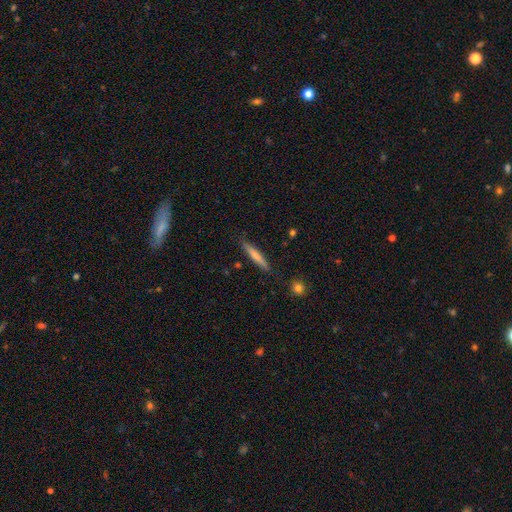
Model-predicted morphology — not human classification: Smooth or featured: smooth — 65% (featured or disk — 29%)
How rounded: cigar-shaped — 93% (in between — 5%)
Merging: none — 87% (minor disturbance — 10%)